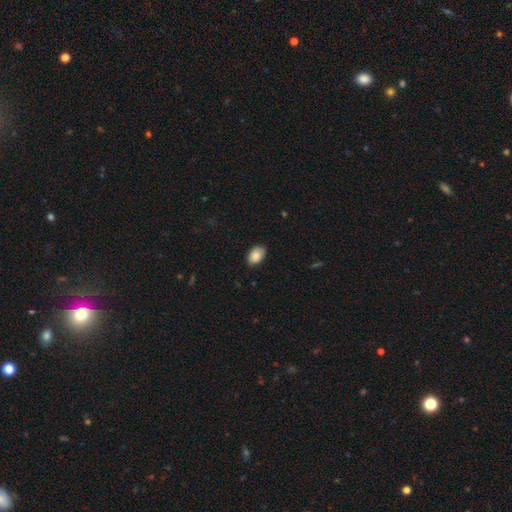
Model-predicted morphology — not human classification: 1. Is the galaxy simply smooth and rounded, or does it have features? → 89% smooth, 7% star or artifact, 4% featured or disk.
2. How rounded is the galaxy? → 88% in between, 11% round, 1% cigar-shaped.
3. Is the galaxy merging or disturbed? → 86% none, 11% minor disturbance, 2% major disturbance, 1% merger.